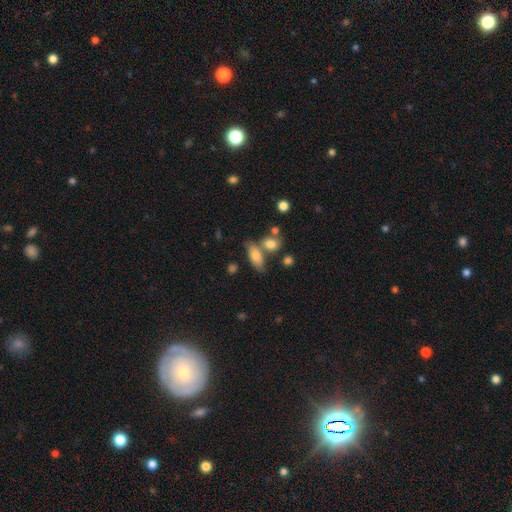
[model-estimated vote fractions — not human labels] The model was most divided on "merging": none: 52%, merger: 27%, minor disturbance: 15%, major disturbance: 5%. More confident: how rounded — in between (77%); smooth or featured — smooth (74%).